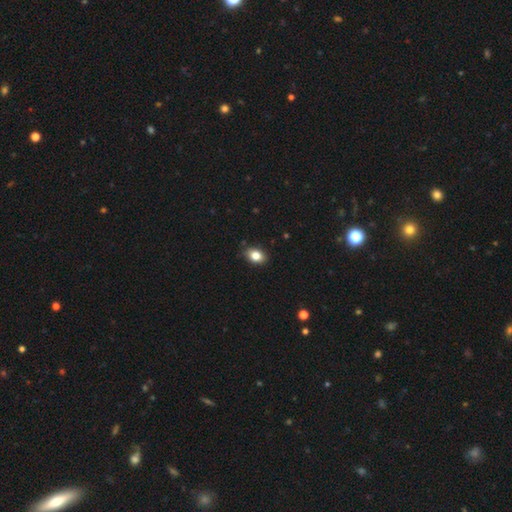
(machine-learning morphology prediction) Smooth or featured?
  - smooth: 83% *
  - star or artifact: 9%
  - featured or disk: 8%
How rounded?
  - in between: 76% *
  - round: 23%
  - cigar-shaped: 1%
Merging?
  - none: 85% *
  - minor disturbance: 12%
  - major disturbance: 2%
  - merger: 1%